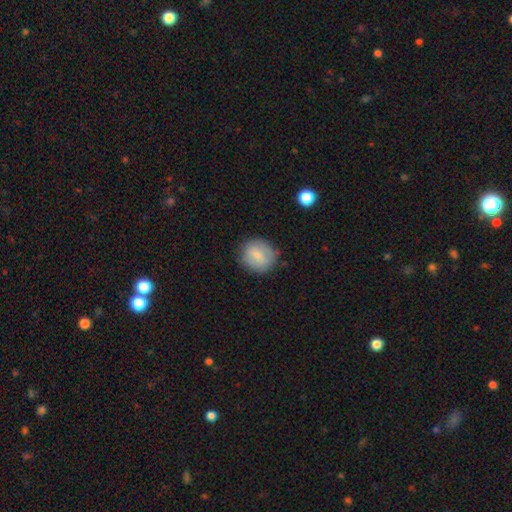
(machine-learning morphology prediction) Smooth or featured? smooth (70%)
How rounded? round (79%)
Merging? none (81%)